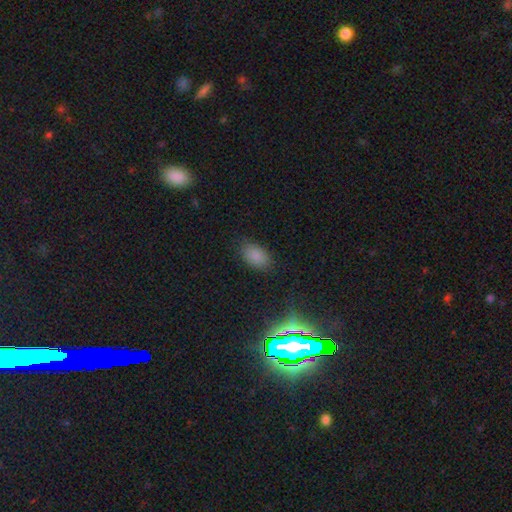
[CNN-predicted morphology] type=smooth (83%); roundness=in between (90%); merging=none (84%).